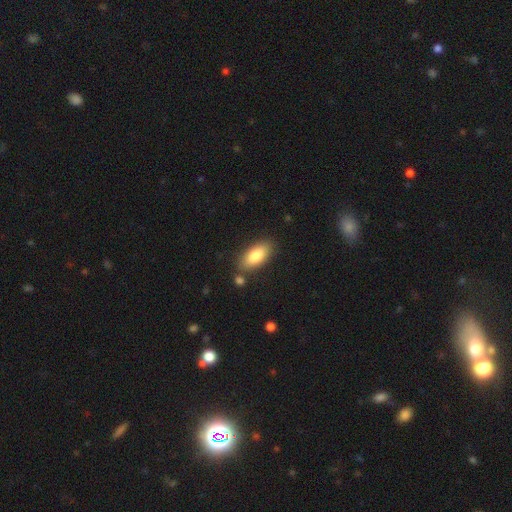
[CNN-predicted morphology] Smooth or featured? Predicted: smooth (p=0.81). How rounded? Predicted: in between (p=0.86). Merging? Predicted: none (p=0.80).